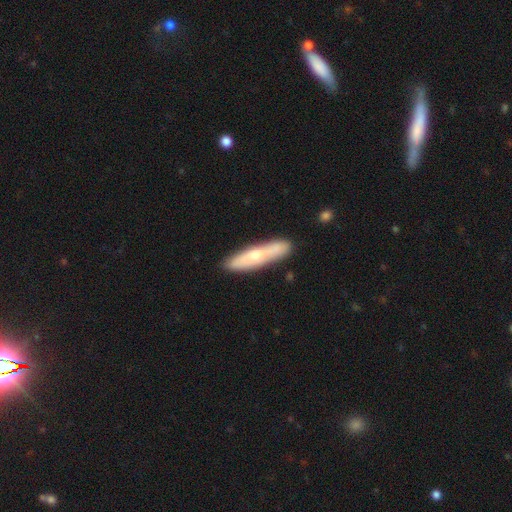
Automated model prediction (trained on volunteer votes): Smooth or featured: smooth — 53% (featured or disk — 41%)
How rounded: cigar-shaped — 80% (in between — 18%)
Merging: none — 81% (minor disturbance — 13%)